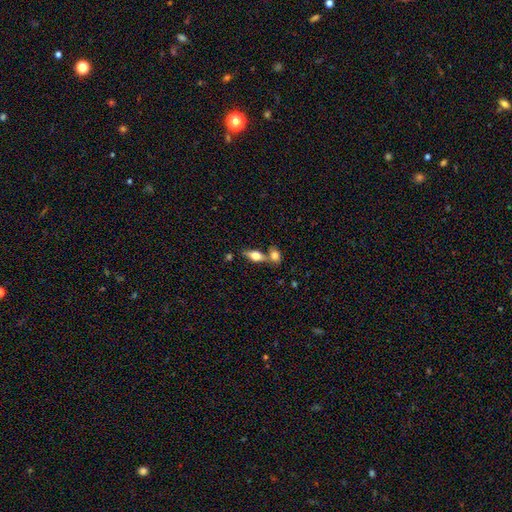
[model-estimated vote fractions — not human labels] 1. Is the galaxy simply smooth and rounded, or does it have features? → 57% smooth, 35% featured or disk, 8% star or artifact.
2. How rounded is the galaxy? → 71% in between, 21% cigar-shaped, 8% round.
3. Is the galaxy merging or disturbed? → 50% none, 36% merger, 10% minor disturbance, 4% major disturbance.